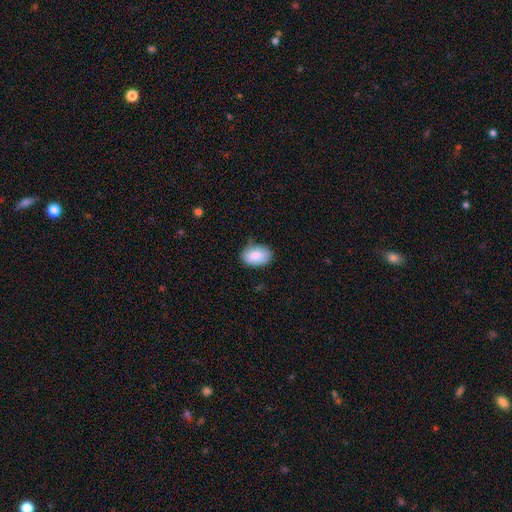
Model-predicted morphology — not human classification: This appears to be a smooth galaxy with no disk features (87%) that is in between round and cigar-shaped (86%). Merging: none (74%).